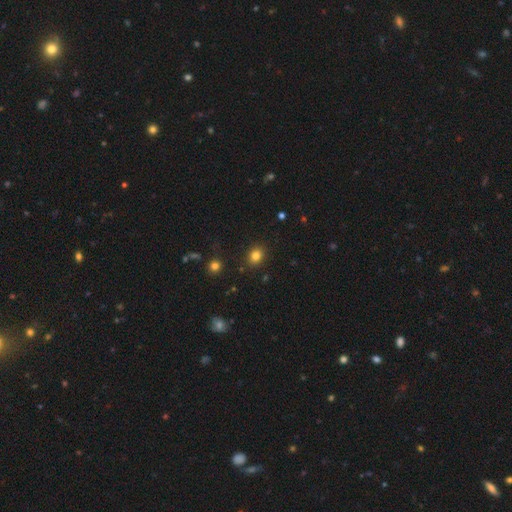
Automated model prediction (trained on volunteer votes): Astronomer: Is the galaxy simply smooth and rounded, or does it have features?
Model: smooth — 82%.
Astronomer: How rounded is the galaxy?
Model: round — 57% (runner-up: in between, 42%).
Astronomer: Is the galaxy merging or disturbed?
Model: none — 87%.